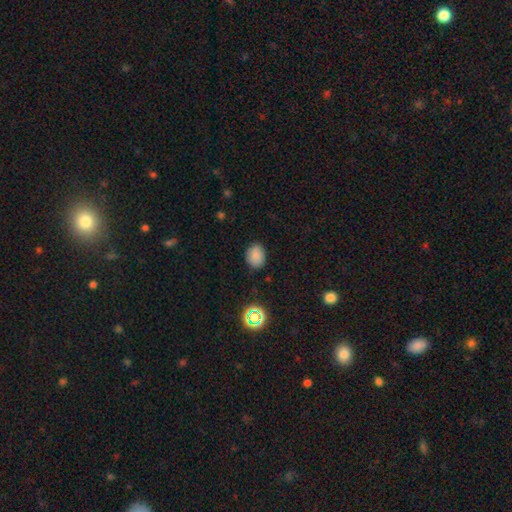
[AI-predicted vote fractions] Smooth or featured?
  - smooth: 82% *
  - star or artifact: 13%
  - featured or disk: 5%
How rounded?
  - in between: 53% *
  - round: 46%
  - cigar-shaped: 1%
Merging?
  - none: 83% *
  - minor disturbance: 13%
  - major disturbance: 3%
  - merger: 1%